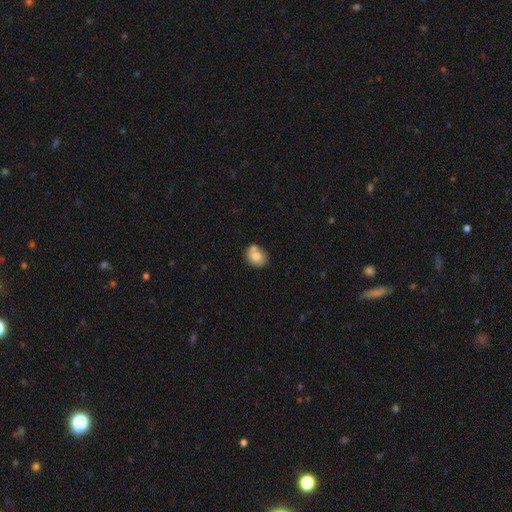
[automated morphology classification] The model was most divided on "how rounded": round: 53%, in between: 46%, cigar-shaped: 1%. More confident: smooth or featured — smooth (79%); merging — none (54%).